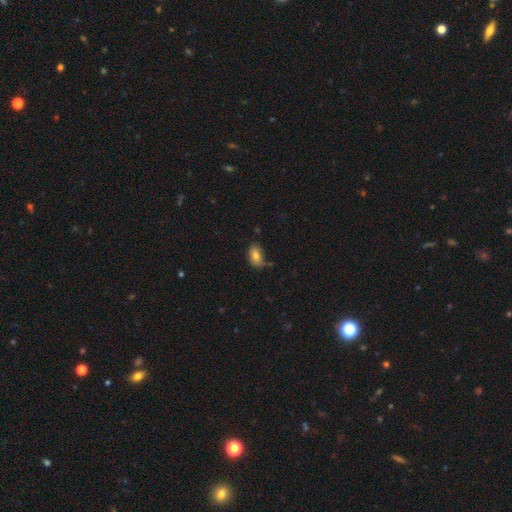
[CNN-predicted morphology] smooth-or-featured: smooth: 77% | featured or disk: 14% | star or artifact: 9%
  how-rounded: in between: 87% | round: 11% | cigar-shaped: 2%
  merging: none: 58% | minor disturbance: 29% | major disturbance: 8% | merger: 5%